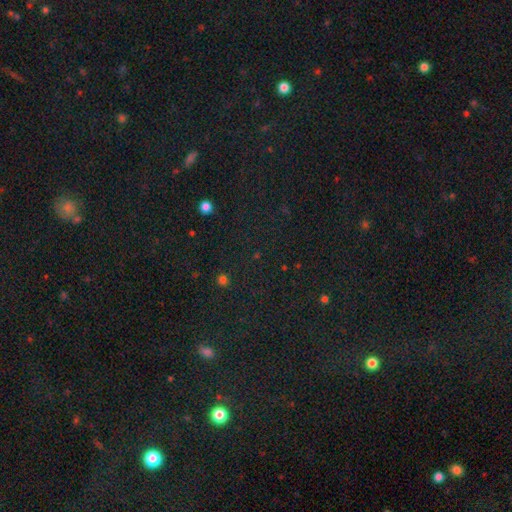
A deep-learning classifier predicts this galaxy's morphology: This appears to be a star or artifact, not a galaxy (76%).